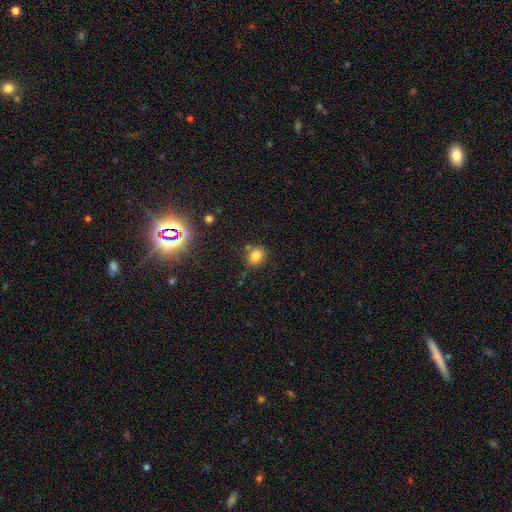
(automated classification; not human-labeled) Q: Smooth or featured?
A: smooth (80%); runner-up: star or artifact (13%)
Q: How rounded?
A: round (62%); runner-up: in between (37%)
Q: Merging?
A: none (74%); runner-up: minor disturbance (13%)